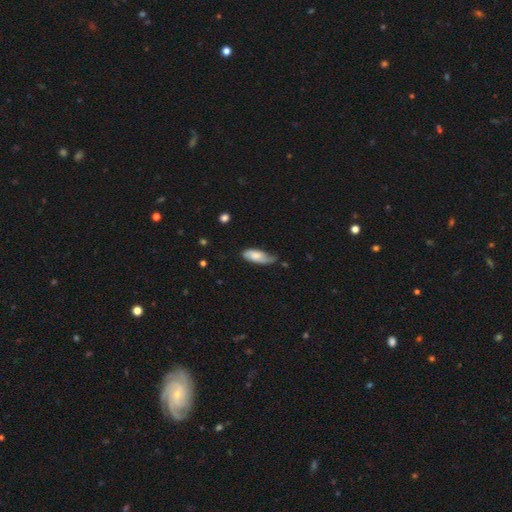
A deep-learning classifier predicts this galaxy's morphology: Smooth or featured?
  - smooth: 61% *
  - featured or disk: 33%
  - star or artifact: 7%
How rounded?
  - in between: 79% *
  - cigar-shaped: 19%
  - round: 2%
Merging?
  - none: 44% *
  - minor disturbance: 40%
  - major disturbance: 14%
  - merger: 3%